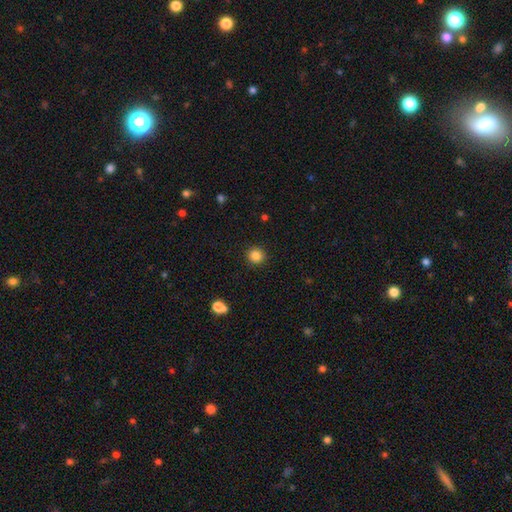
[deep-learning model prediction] smooth-or-featured: smooth: 85% | star or artifact: 11% | featured or disk: 4%
  how-rounded: round: 93% | in between: 7% | cigar-shaped: 1%
  merging: none: 91% | minor disturbance: 6% | major disturbance: 2% | merger: 1%